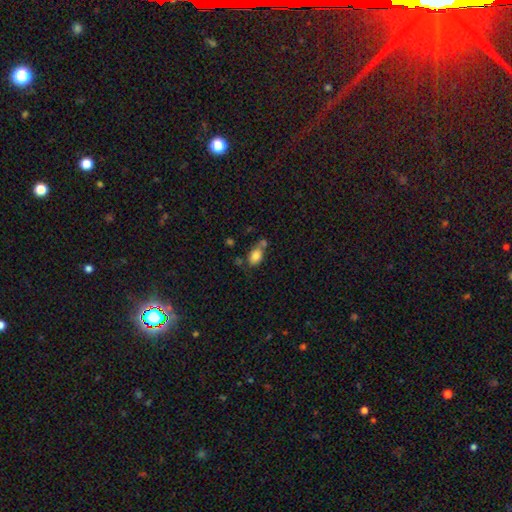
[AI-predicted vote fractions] A smooth galaxy with no disk features (81%) that is in between round and cigar-shaped (83%).

Vote fractions:
- Smooth or featured? smooth: 81% / featured or disk: 10% / star or artifact: 9%
- How rounded? in between: 83% / round: 15% / cigar-shaped: 2%
- Merging? none: 46% / merger: 28% / minor disturbance: 18% / major disturbance: 7%